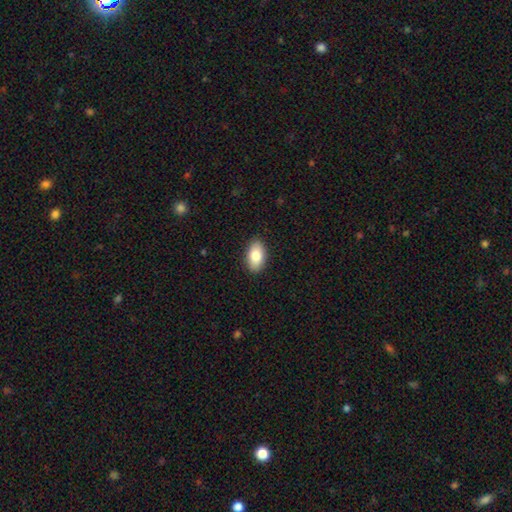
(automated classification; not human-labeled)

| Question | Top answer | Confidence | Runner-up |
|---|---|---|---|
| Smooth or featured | smooth | 81% | featured or disk (13%) |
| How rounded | in between | 93% | round (5%) |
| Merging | none | 89% | minor disturbance (8%) |